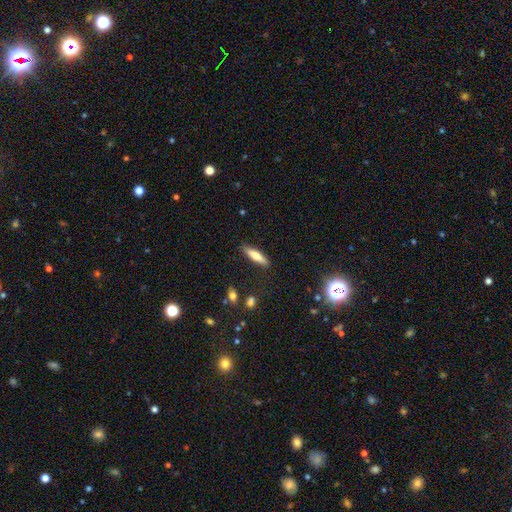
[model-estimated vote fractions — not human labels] Smooth or featured? smooth (71%)
How rounded? cigar-shaped (75%)
Merging? none (87%)